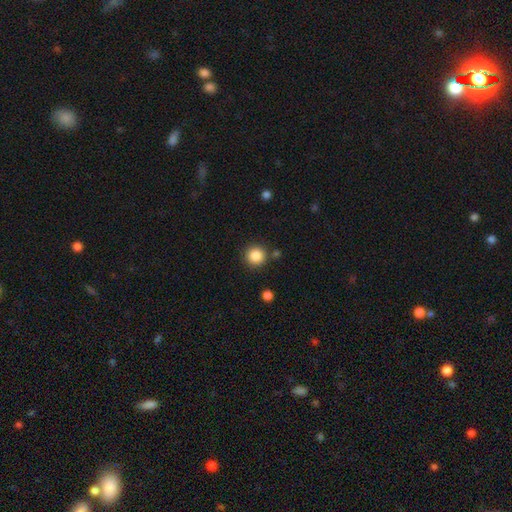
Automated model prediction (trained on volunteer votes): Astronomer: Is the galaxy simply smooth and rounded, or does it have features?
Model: smooth — 86%.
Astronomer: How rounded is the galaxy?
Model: round — 95%.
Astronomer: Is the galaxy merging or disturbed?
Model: none — 86%.